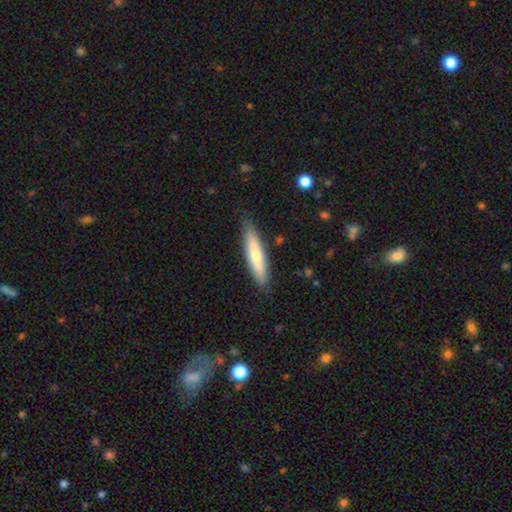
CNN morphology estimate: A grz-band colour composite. It shows a smooth galaxy with no disk features (66%) that is cigar-shaped (79%). Merging: none (83%).